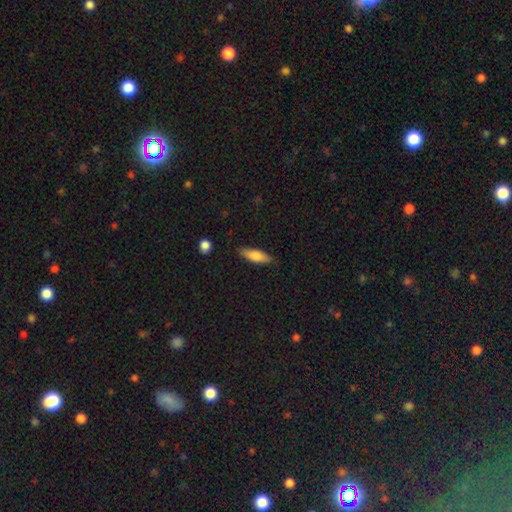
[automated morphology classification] Smooth or featured? Predicted: smooth (p=0.71). How rounded? Predicted: in between (p=0.51). Merging? Predicted: none (p=0.84).